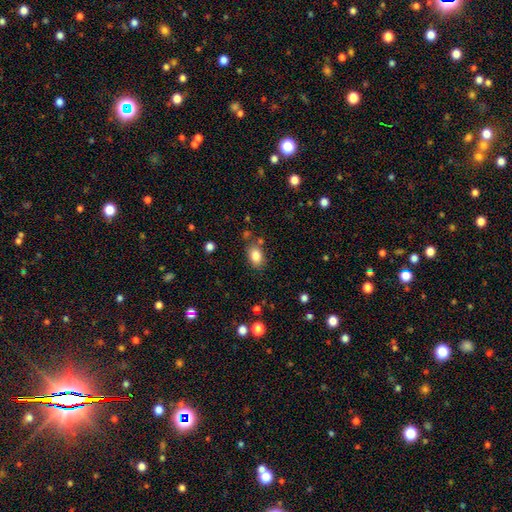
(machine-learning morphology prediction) A smooth galaxy with no disk features (84%) that is in between round and cigar-shaped (80%). Merging: none (78%).